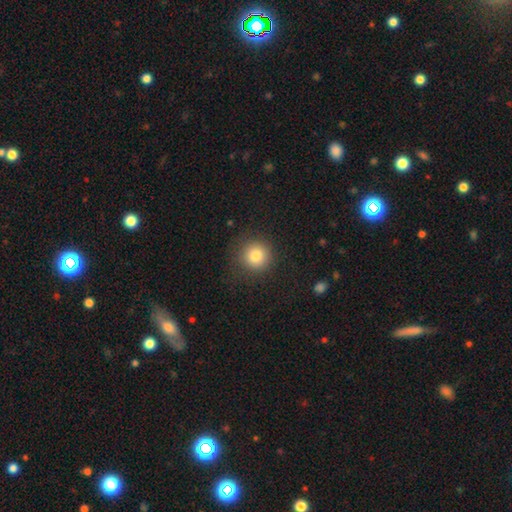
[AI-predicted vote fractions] This is clearly a smooth galaxy (81%). How rounded: clearly round (94%). Merging: clearly none (86%).